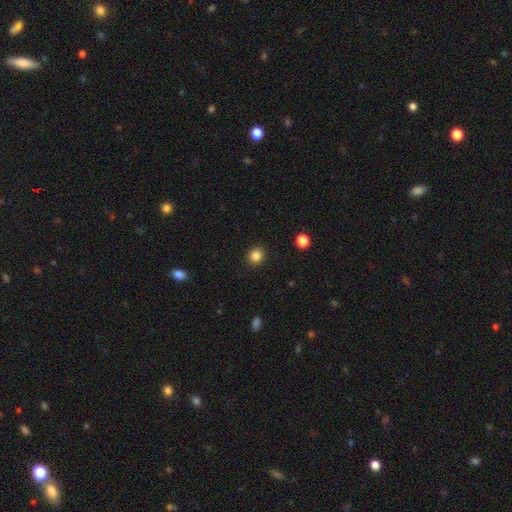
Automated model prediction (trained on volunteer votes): smooth 85%, star or artifact 11%, featured or disk 4%. Down the decision tree: how rounded — round (87%); merging — none (91%).